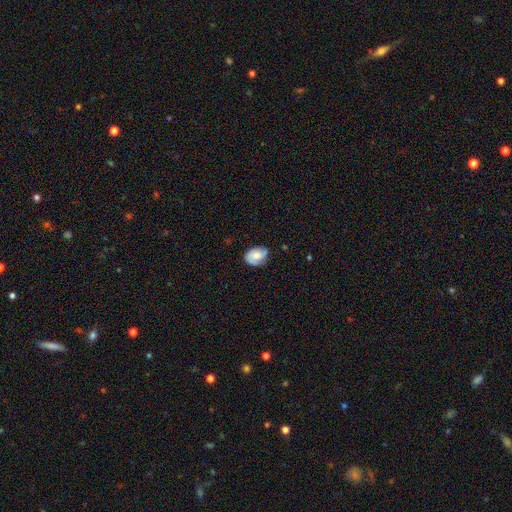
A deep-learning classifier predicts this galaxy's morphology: smooth_or_featured: featured or disk (p=0.48) [alt: smooth p=0.45]
merging: none (p=0.67) [alt: minor disturbance p=0.24]